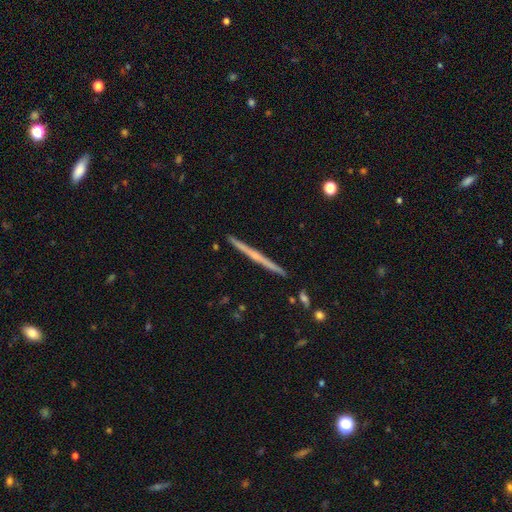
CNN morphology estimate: Smooth or featured: featured or disk — 67% (smooth — 27%)
Edge-on disk: yes — 98% (no — 2%)
Edge-on bulge: none — 62% (rounded — 33%)
Merging: none — 92% (minor disturbance — 6%)